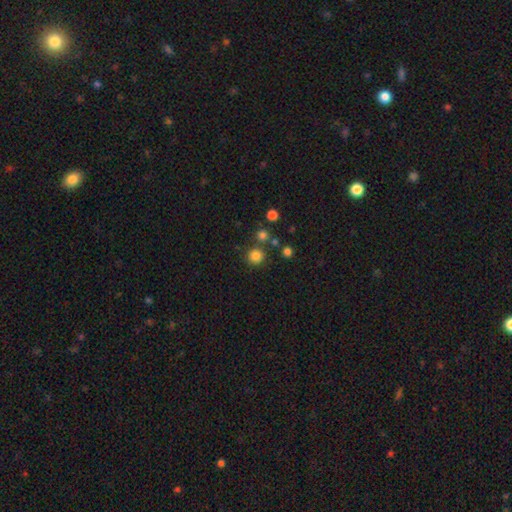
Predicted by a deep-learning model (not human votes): Q: Smooth or featured?
A: smooth (81%); runner-up: star or artifact (14%)
Q: How rounded?
A: round (93%); runner-up: in between (7%)
Q: Merging?
A: none (81%); runner-up: merger (9%)